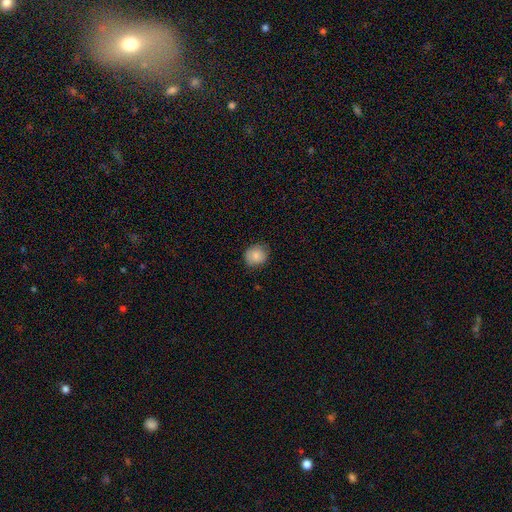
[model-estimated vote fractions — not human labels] Q: Smooth or featured?
A: smooth (83%); runner-up: featured or disk (9%)
Q: How rounded?
A: round (76%); runner-up: in between (23%)
Q: Merging?
A: none (79%); runner-up: minor disturbance (17%)